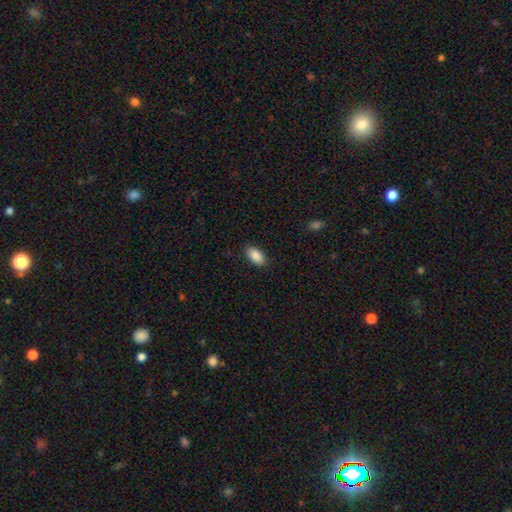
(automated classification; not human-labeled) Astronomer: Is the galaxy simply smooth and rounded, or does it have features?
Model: smooth — 89%.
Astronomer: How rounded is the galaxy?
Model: in between — 94%.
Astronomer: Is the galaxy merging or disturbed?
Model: none — 88%.